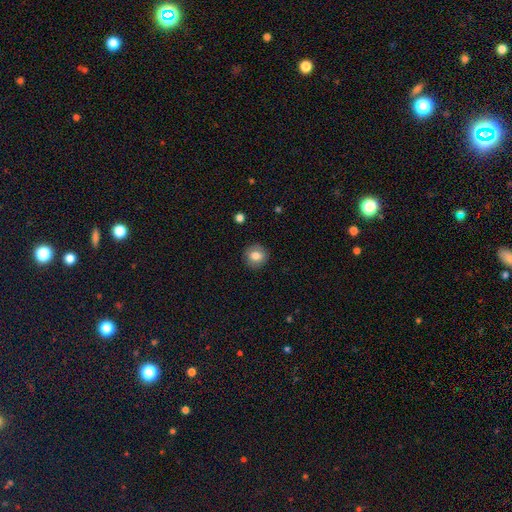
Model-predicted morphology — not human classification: Smooth or featured? smooth (81%)
How rounded? round (88%)
Merging? none (90%)